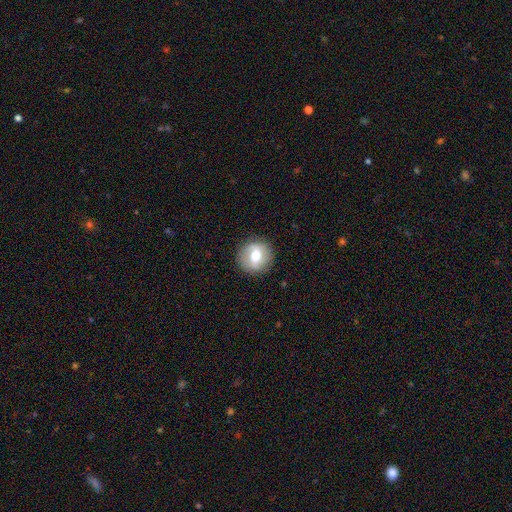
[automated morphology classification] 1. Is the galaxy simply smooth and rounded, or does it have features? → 54% smooth, 38% featured or disk, 8% star or artifact.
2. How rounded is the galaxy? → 90% round, 9% in between, 1% cigar-shaped.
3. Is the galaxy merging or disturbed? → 87% none, 8% minor disturbance, 3% major disturbance, 1% merger.